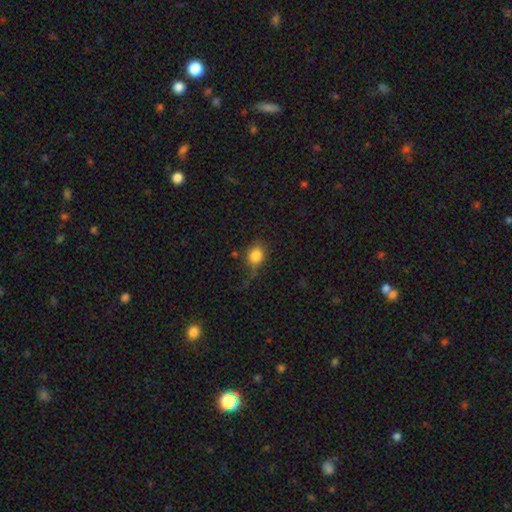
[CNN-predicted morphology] This appears to be a smooth galaxy with no disk features (83%) that is round (65%). Merging: none (58%).